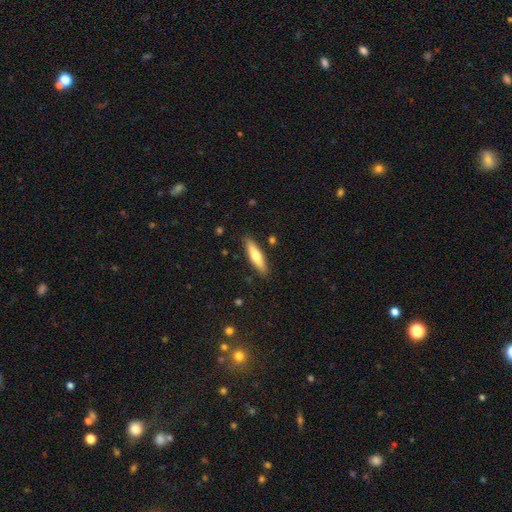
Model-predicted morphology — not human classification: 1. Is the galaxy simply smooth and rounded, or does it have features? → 58% smooth, 36% featured or disk, 6% star or artifact.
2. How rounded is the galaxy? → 77% cigar-shaped, 21% in between, 2% round.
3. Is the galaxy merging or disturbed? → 88% none, 9% minor disturbance, 2% major disturbance, 2% merger.